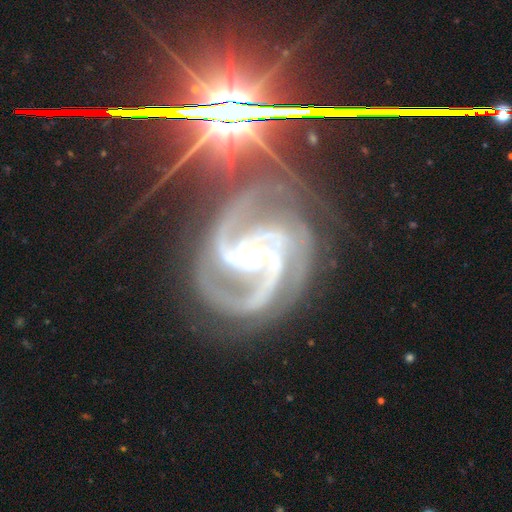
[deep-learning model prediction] Morphology: type=featured or disk (91%); edge-on=no (98%); bar=no (45%); spiral arms=yes (99%); winding=medium (56%); arm count=3 (47%); bulge=small (67%); merging=none (57%).